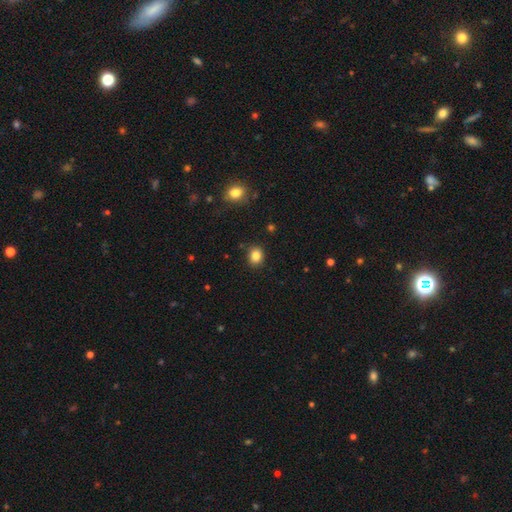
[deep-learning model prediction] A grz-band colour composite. It shows a smooth galaxy with no disk features (84%) that is round (58%). Merging: none (88%).